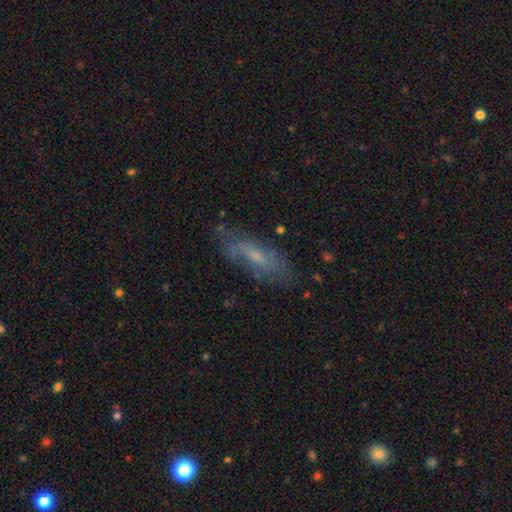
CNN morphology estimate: Q: Smooth or featured?
A: featured or disk (49%); runner-up: smooth (33%)
Q: Merging?
A: none (73%); runner-up: minor disturbance (18%)